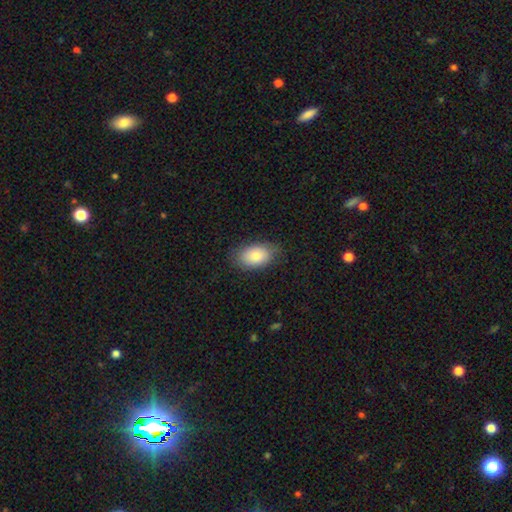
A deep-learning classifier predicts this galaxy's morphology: type=smooth (80%); roundness=in between (91%); merging=none (79%).